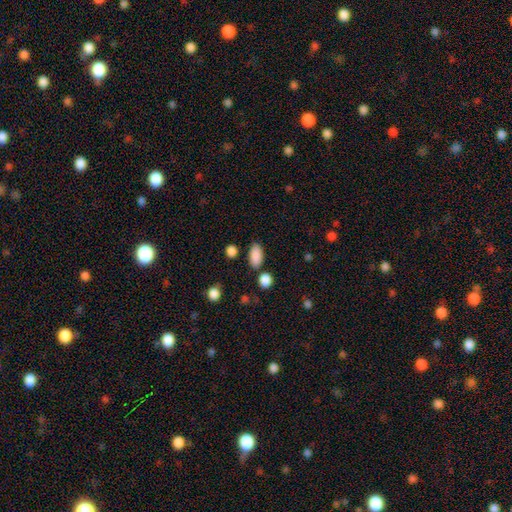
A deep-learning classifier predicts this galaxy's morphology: A smooth galaxy with no disk features (87%) that is in between round and cigar-shaped (90%).

Vote fractions:
- Smooth or featured? smooth: 87% / star or artifact: 8% / featured or disk: 4%
- How rounded? in between: 90% / round: 6% / cigar-shaped: 4%
- Merging? none: 79% / minor disturbance: 12% / merger: 6% / major disturbance: 3%